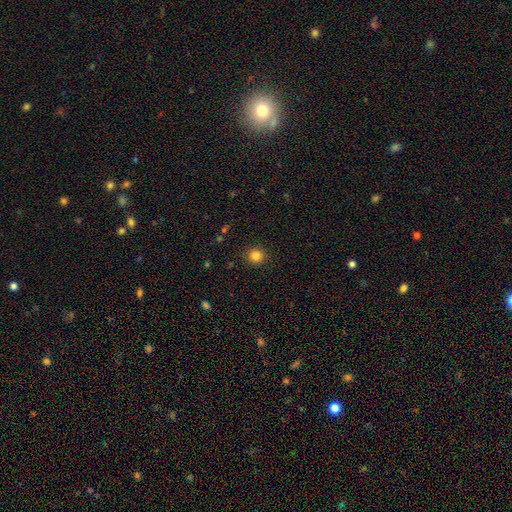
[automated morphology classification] The model was most divided on "smooth or featured": smooth: 84%, star or artifact: 12%, featured or disk: 4%. More confident: how rounded — round (91%); merging — none (90%).